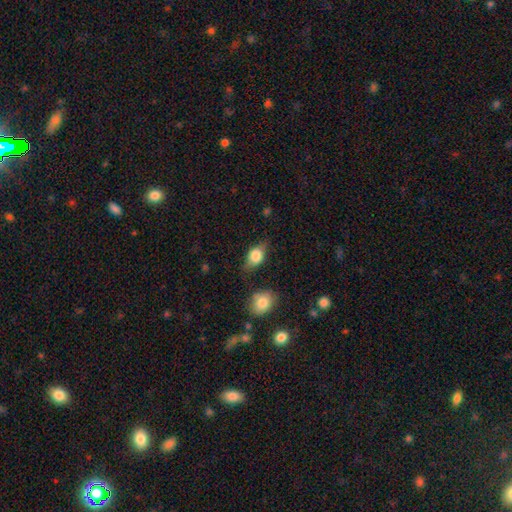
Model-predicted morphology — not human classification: smooth-or-featured: smooth: 76% | featured or disk: 17% | star or artifact: 8%
  how-rounded: in between: 80% | round: 16% | cigar-shaped: 4%
  merging: none: 70% | minor disturbance: 22% | major disturbance: 6% | merger: 3%